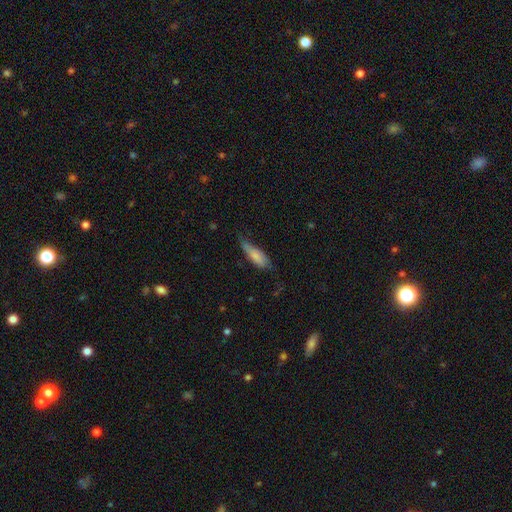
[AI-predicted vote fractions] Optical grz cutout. It shows a smooth galaxy with no disk features (74%) that is in between round and cigar-shaped (54%). Merging: none (46%).